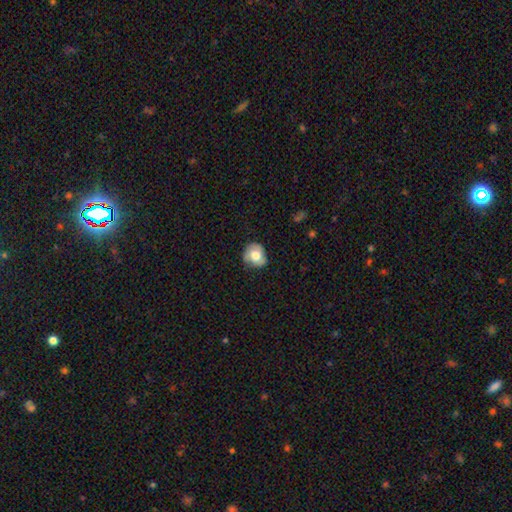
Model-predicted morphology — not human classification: Smooth or featured? Predicted: smooth (p=0.64). How rounded? Predicted: round (p=0.73). Merging? Predicted: none (p=0.64).